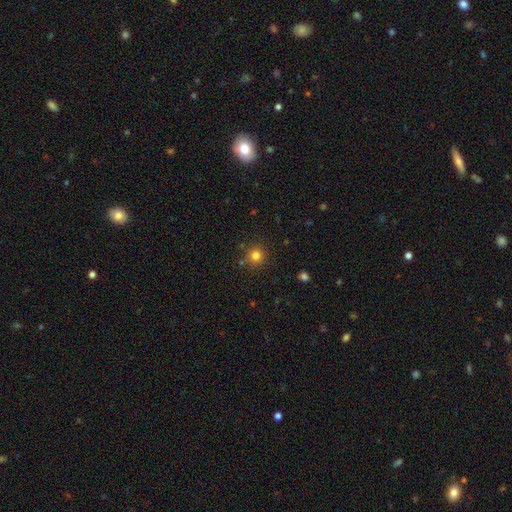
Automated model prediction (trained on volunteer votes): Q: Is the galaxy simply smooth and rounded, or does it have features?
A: smooth — 80%.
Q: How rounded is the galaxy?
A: round — 93%.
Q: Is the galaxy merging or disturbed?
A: none — 85%.